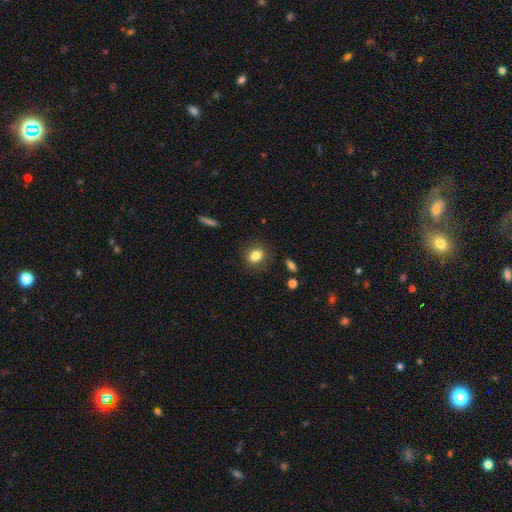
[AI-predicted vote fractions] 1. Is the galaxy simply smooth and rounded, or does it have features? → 83% smooth, 10% star or artifact, 8% featured or disk.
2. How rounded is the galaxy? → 54% round, 45% in between, 2% cigar-shaped.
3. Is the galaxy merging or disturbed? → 85% none, 10% minor disturbance, 3% major disturbance, 1% merger.